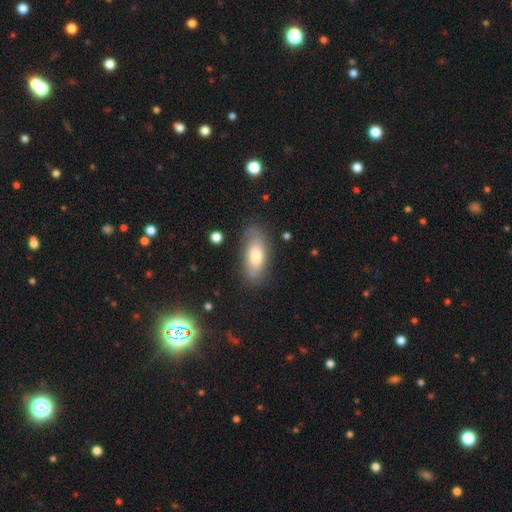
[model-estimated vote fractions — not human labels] Q: Smooth or featured?
A: smooth (69%); runner-up: featured or disk (24%)
Q: How rounded?
A: in between (81%); runner-up: cigar-shaped (17%)
Q: Merging?
A: none (75%); runner-up: minor disturbance (18%)